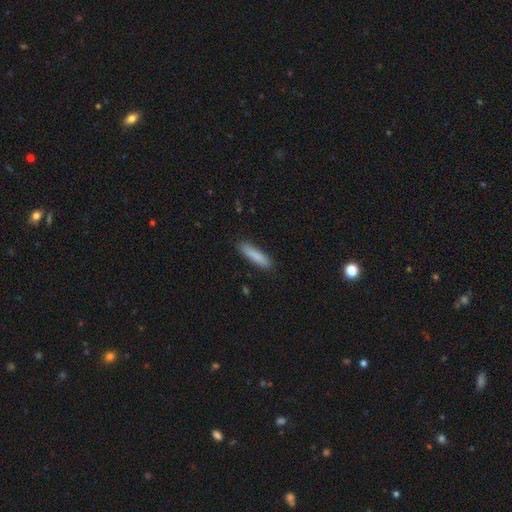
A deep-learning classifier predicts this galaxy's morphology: Overall: smooth (85%). How rounded: cigar-shaped (82%). Merging: none (87%).